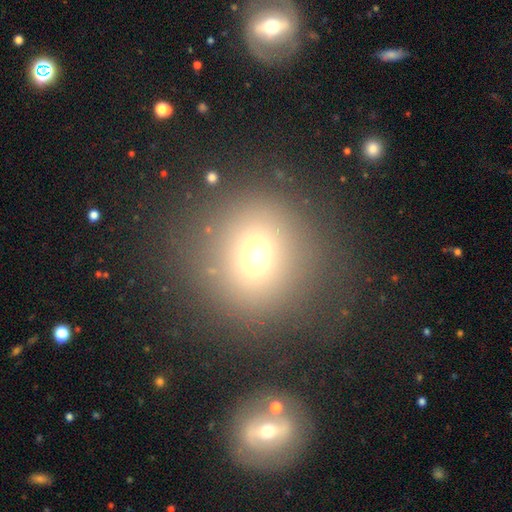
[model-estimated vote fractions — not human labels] This is likely a smooth galaxy (68%). How rounded: clearly round (87%). Merging: clearly none (81%).